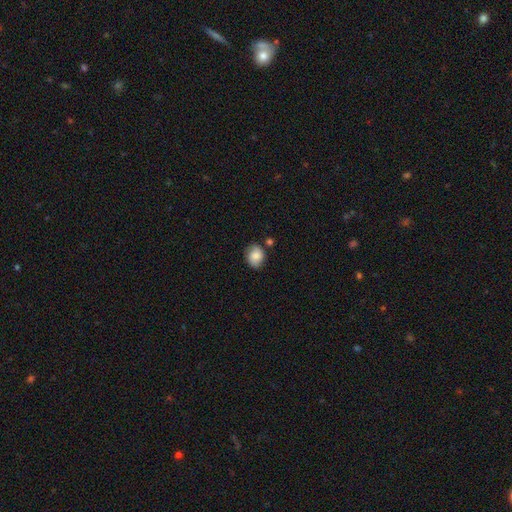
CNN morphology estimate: Q: Smooth or featured?
A: smooth (71%); runner-up: featured or disk (20%)
Q: How rounded?
A: round (57%); runner-up: in between (42%)
Q: Merging?
A: none (73%); runner-up: minor disturbance (18%)